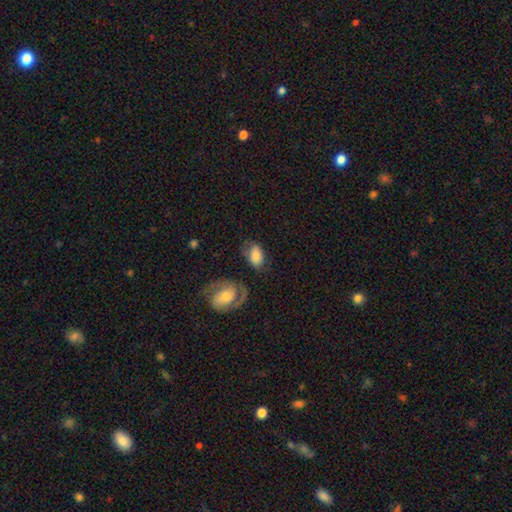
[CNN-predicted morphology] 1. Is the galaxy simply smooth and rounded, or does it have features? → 71% smooth, 22% featured or disk, 7% star or artifact.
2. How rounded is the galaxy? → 89% in between, 10% round, 2% cigar-shaped.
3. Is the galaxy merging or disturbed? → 60% none, 21% minor disturbance, 10% major disturbance, 9% merger.